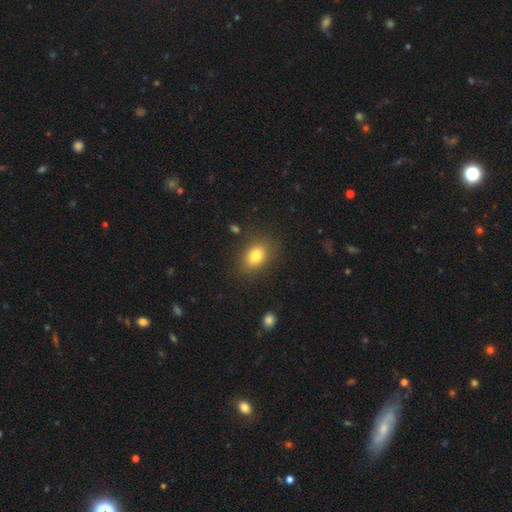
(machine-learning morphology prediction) Smooth or featured? smooth (81%)
How rounded? in between (76%)
Merging? none (83%)